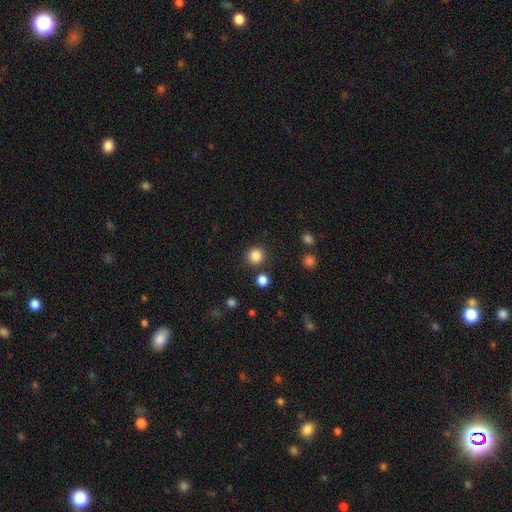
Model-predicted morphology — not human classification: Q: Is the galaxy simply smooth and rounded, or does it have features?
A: smooth — 85%.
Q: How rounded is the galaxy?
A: round — 93%.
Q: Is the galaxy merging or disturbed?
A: none — 87%.